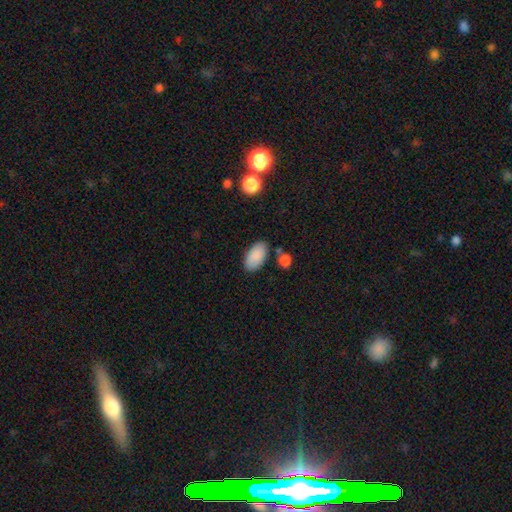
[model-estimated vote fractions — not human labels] Q: Smooth or featured?
A: smooth (88%); runner-up: star or artifact (7%)
Q: How rounded?
A: in between (95%); runner-up: round (3%)
Q: Merging?
A: none (78%); runner-up: minor disturbance (14%)